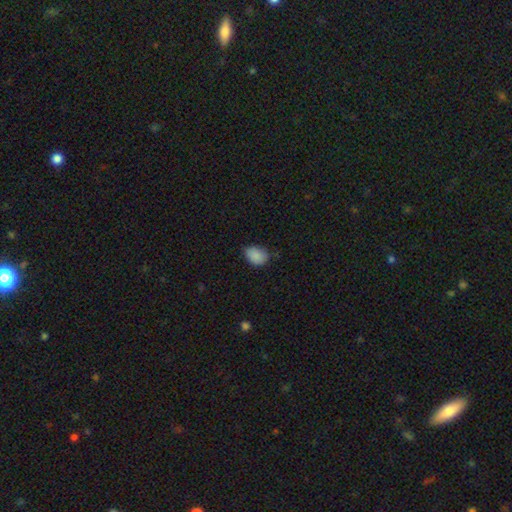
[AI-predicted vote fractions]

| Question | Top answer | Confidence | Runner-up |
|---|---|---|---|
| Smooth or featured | smooth | 87% | star or artifact (8%) |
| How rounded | in between | 69% | round (30%) |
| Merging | none | 60% | minor disturbance (33%) |